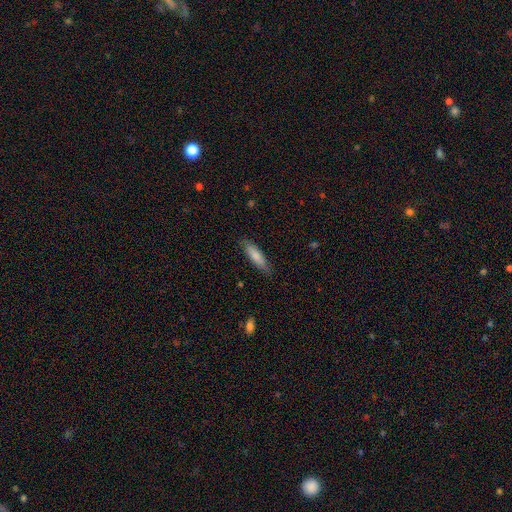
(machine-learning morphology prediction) Smooth or featured? smooth (81%)
How rounded? cigar-shaped (66%)
Merging? none (84%)